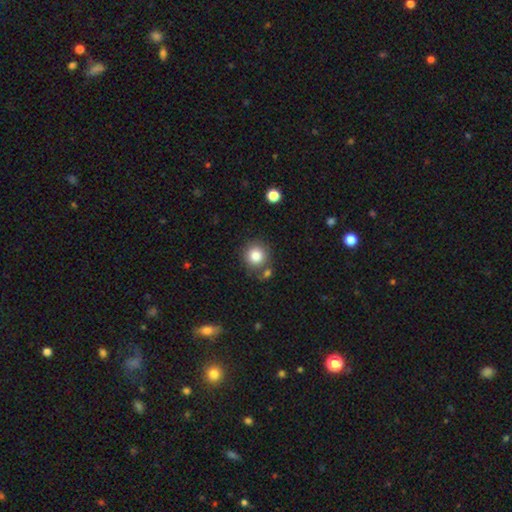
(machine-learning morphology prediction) smooth-or-featured: smooth: 83% | star or artifact: 10% | featured or disk: 7%
  how-rounded: round: 92% | in between: 7% | cigar-shaped: 1%
  merging: none: 75% | merger: 11% | minor disturbance: 10% | major disturbance: 3%